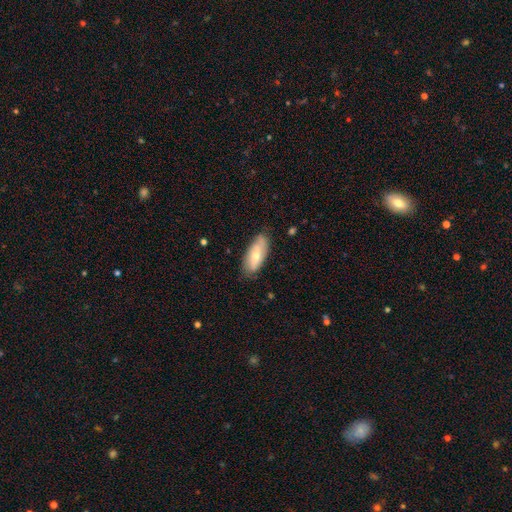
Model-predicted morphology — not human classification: smooth-or-featured: smooth: 54% | featured or disk: 39% | star or artifact: 6%
  how-rounded: in between: 81% | cigar-shaped: 17% | round: 3%
  merging: none: 79% | minor disturbance: 17% | major disturbance: 3% | merger: 1%